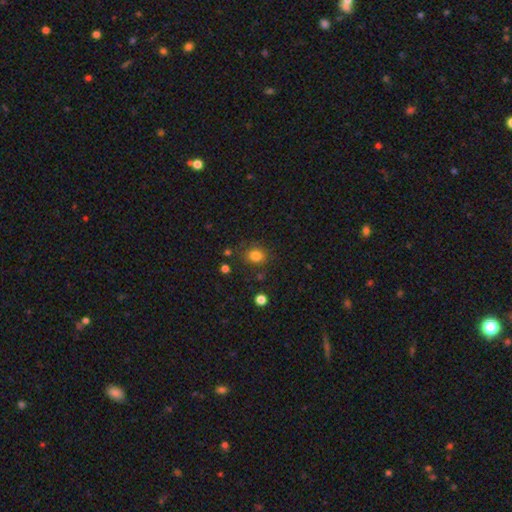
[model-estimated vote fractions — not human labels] Smooth or featured: smooth — 82% (star or artifact — 13%)
How rounded: round — 69% (in between — 30%)
Merging: none — 81% (minor disturbance — 12%)